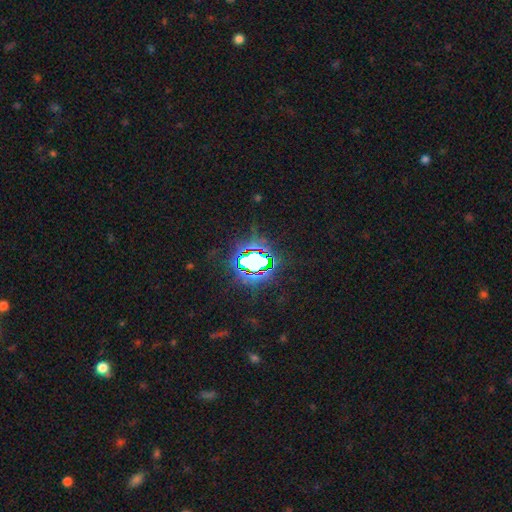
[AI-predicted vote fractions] Smooth or featured? Predicted: star or artifact (p=0.83).